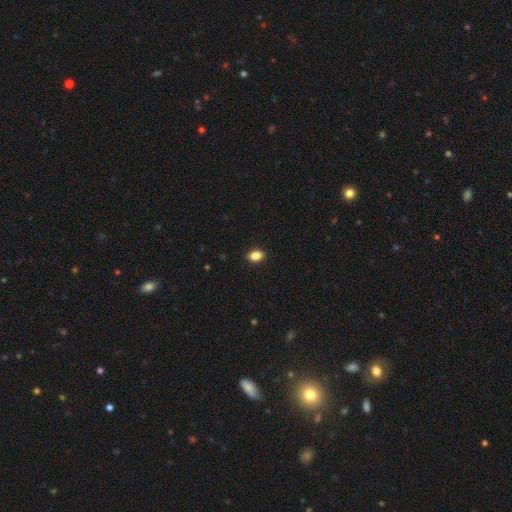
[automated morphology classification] Smooth or featured?
  - smooth: 87% *
  - star or artifact: 9%
  - featured or disk: 4%
How rounded?
  - in between: 78% *
  - round: 20%
  - cigar-shaped: 1%
Merging?
  - none: 90% *
  - minor disturbance: 8%
  - major disturbance: 2%
  - merger: 1%